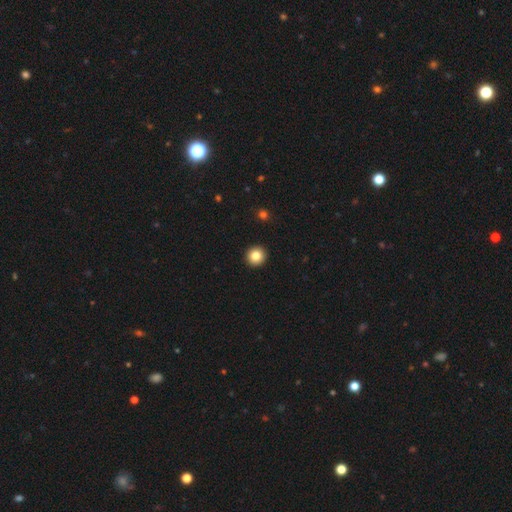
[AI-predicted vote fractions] Morphology: type=smooth (84%); roundness=round (95%); merging=none (94%).